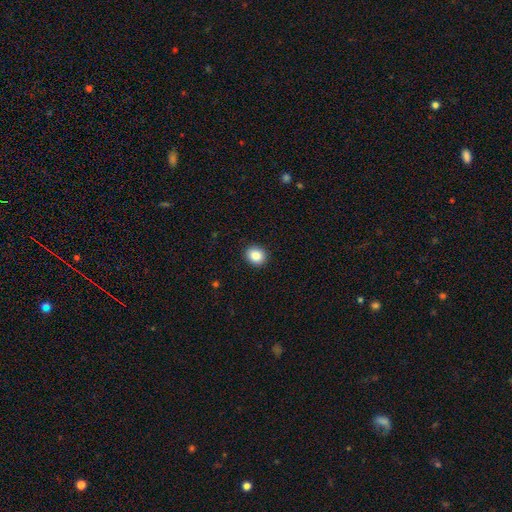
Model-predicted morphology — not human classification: smooth-or-featured: smooth: 87% | star or artifact: 9% | featured or disk: 4%
  how-rounded: round: 68% | in between: 31% | cigar-shaped: 1%
  merging: none: 91% | minor disturbance: 6% | major disturbance: 2% | merger: 1%